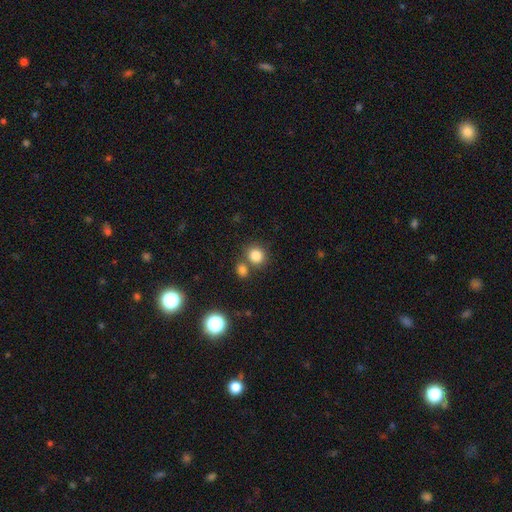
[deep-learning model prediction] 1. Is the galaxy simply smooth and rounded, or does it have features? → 83% smooth, 11% star or artifact, 6% featured or disk.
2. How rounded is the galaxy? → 82% round, 17% in between, 1% cigar-shaped.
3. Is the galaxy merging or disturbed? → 65% none, 23% merger, 9% minor disturbance, 3% major disturbance.